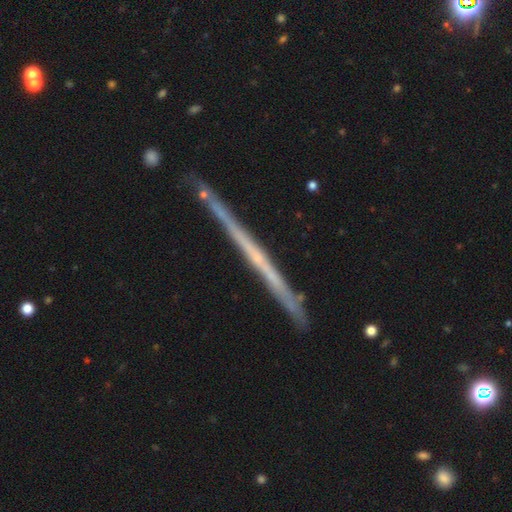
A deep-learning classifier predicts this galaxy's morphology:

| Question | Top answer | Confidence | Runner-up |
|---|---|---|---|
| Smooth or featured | featured or disk | 70% | smooth (24%) |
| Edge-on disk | yes | 97% | no (3%) |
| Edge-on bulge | none | 87% | rounded (9%) |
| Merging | none | 84% | minor disturbance (11%) |